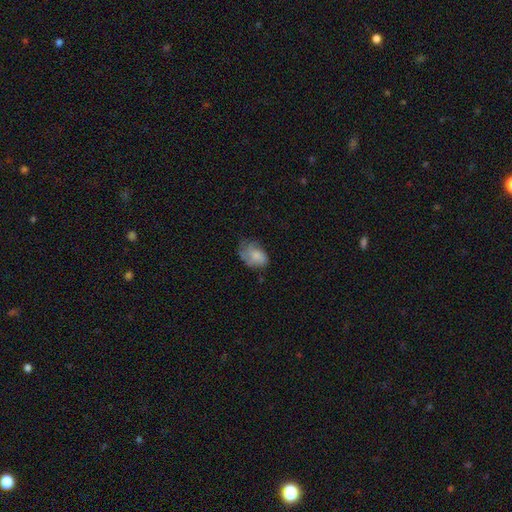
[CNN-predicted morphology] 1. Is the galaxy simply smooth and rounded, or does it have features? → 71% smooth, 21% featured or disk, 8% star or artifact.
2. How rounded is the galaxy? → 79% in between, 20% round, 1% cigar-shaped.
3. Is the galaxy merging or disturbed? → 45% none, 35% minor disturbance, 18% major disturbance, 2% merger.